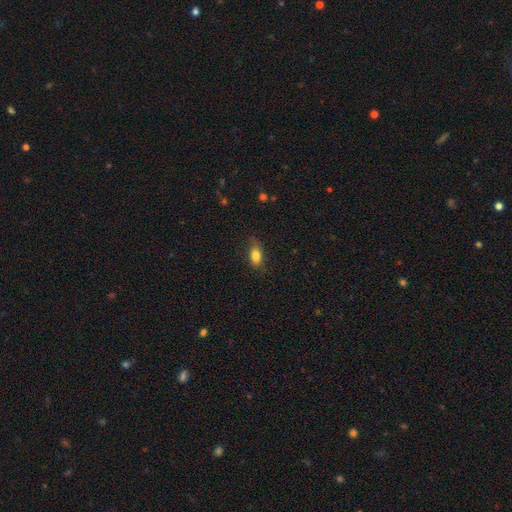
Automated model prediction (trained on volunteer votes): A smooth galaxy with no disk features (81%) that is in between round and cigar-shaped (85%).

Vote fractions:
- Smooth or featured? smooth: 81% / featured or disk: 11% / star or artifact: 8%
- How rounded? in between: 85% / cigar-shaped: 8% / round: 7%
- Merging? none: 74% / minor disturbance: 20% / major disturbance: 5% / merger: 1%